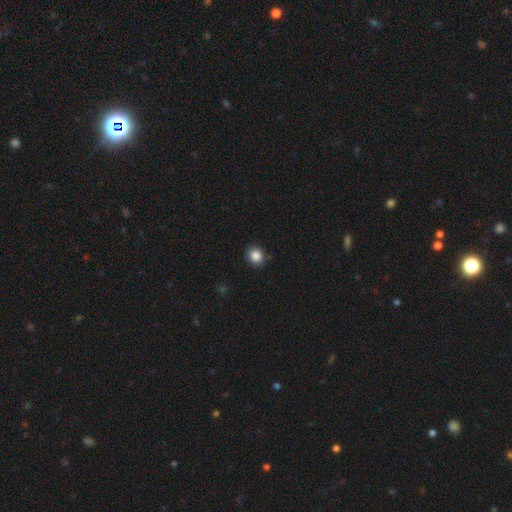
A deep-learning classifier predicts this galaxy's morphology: Q: Smooth or featured?
A: smooth (86%); runner-up: star or artifact (10%)
Q: How rounded?
A: round (81%); runner-up: in between (18%)
Q: Merging?
A: none (89%); runner-up: minor disturbance (8%)